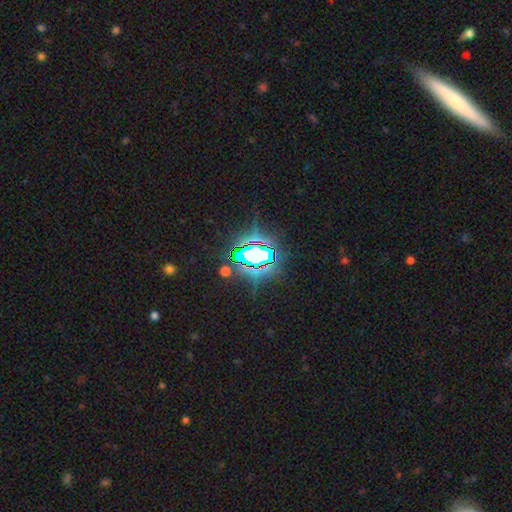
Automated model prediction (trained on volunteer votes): Q: Smooth or featured?
A: star or artifact (73%); runner-up: smooth (15%)